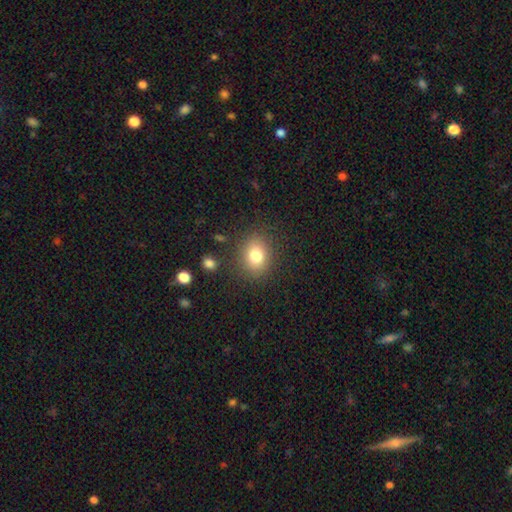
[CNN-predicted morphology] This appears to be a smooth galaxy with no disk features (79%) that is round (55%). Merging: none (84%).